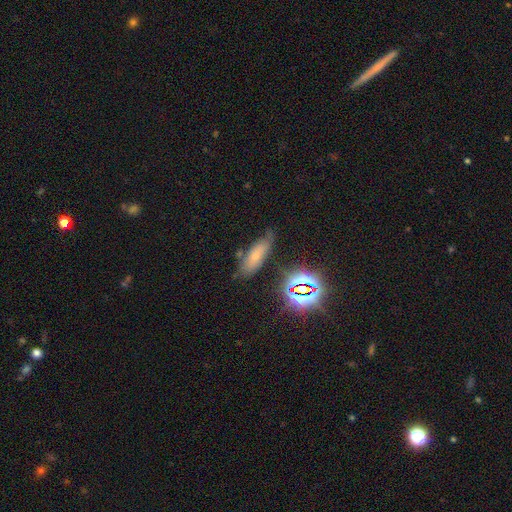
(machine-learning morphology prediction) smooth-or-featured: smooth: 59% | star or artifact: 21% | featured or disk: 20%
  how-rounded: in between: 61% | cigar-shaped: 35% | round: 4%
  merging: none: 69% | minor disturbance: 20% | major disturbance: 6% | merger: 5%